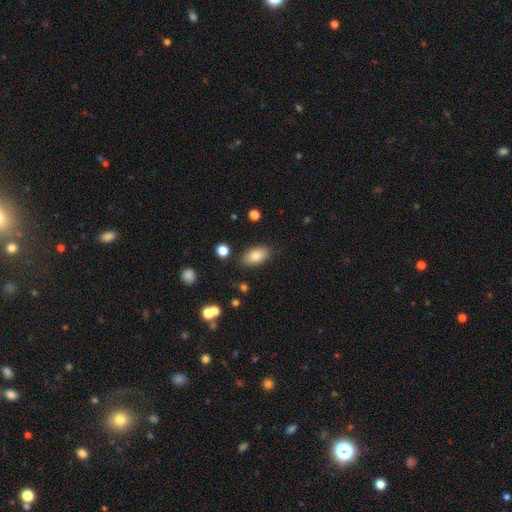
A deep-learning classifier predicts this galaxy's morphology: A smooth galaxy with no disk features (82%) that is in between round and cigar-shaped (92%). Merging: none (84%).